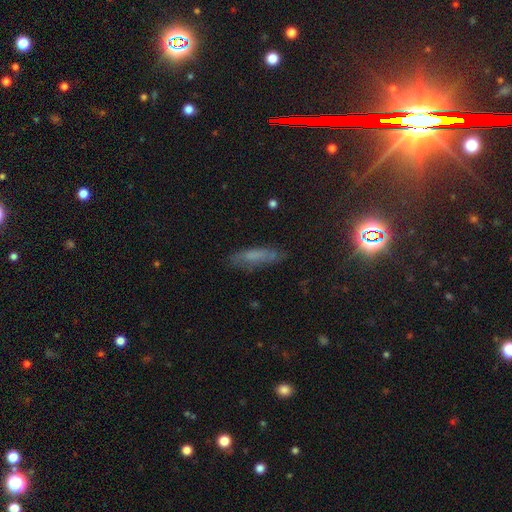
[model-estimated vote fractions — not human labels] Smooth or featured: smooth — 55% (featured or disk — 26%)
How rounded: cigar-shaped — 66% (in between — 31%)
Merging: none — 72% (minor disturbance — 20%)